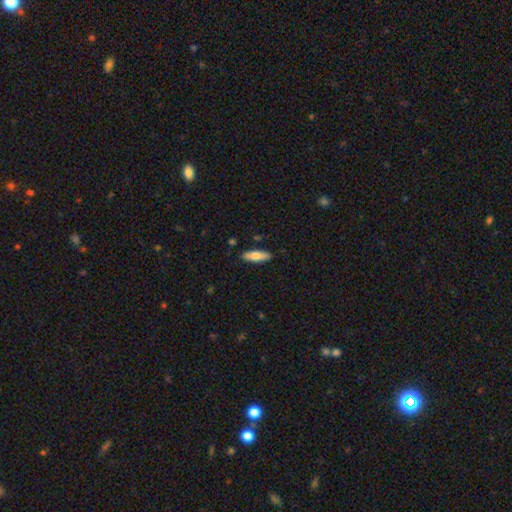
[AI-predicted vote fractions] Smooth or featured: smooth — 71% (featured or disk — 23%)
How rounded: in between — 52% (cigar-shaped — 46%)
Merging: none — 88% (minor disturbance — 9%)